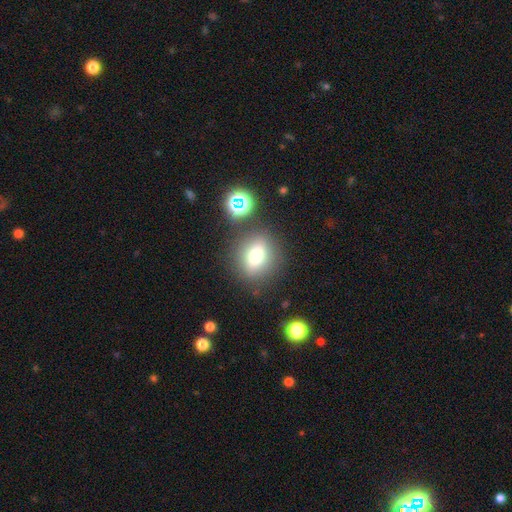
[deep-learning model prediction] Q: Smooth or featured?
A: smooth (69%); runner-up: featured or disk (16%)
Q: How rounded?
A: round (53%); runner-up: in between (44%)
Q: Merging?
A: none (78%); runner-up: minor disturbance (11%)